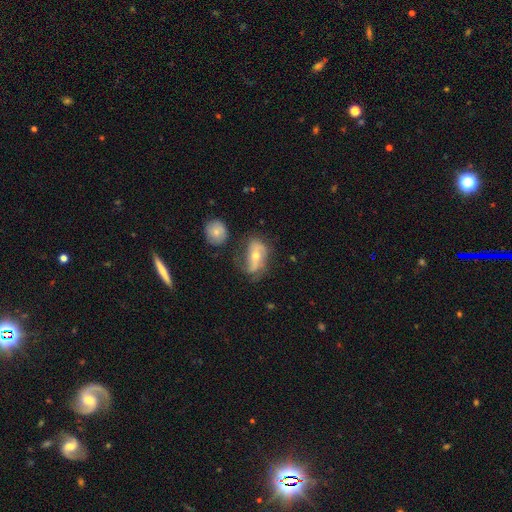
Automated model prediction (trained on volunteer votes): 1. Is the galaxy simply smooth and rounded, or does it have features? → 61% featured or disk, 31% smooth, 8% star or artifact.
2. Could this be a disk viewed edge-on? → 89% no, 11% yes.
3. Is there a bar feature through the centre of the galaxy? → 38% no, 34% strong, 28% weak.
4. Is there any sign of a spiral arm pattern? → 70% yes, 30% no.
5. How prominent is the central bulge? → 53% moderate, 43% small, 2% large, 1% none, 1% dominant.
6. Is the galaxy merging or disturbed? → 47% none, 28% minor disturbance, 20% major disturbance, 5% merger.